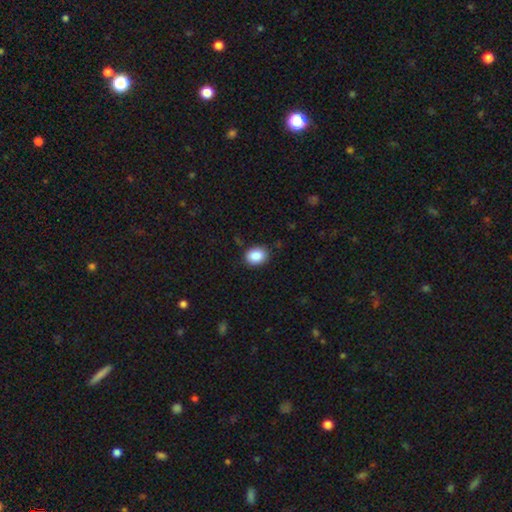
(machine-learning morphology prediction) Smooth or featured?
  - smooth: 88% *
  - star or artifact: 8%
  - featured or disk: 4%
How rounded?
  - in between: 59% *
  - round: 40%
  - cigar-shaped: 1%
Merging?
  - none: 86% *
  - minor disturbance: 11%
  - major disturbance: 2%
  - merger: 1%